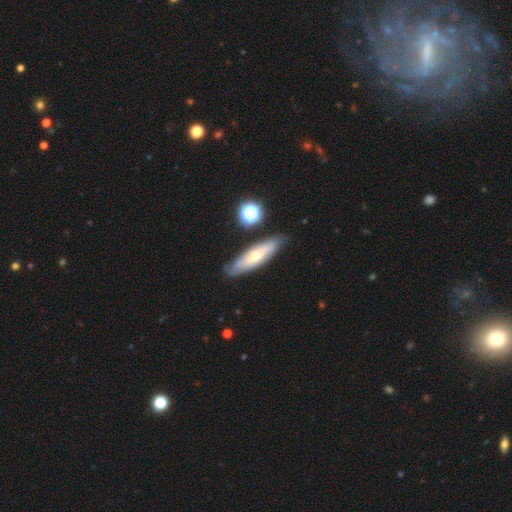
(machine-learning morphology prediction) Smooth or featured: smooth — 48% (featured or disk — 45%)
Merging: none — 75% (minor disturbance — 17%)